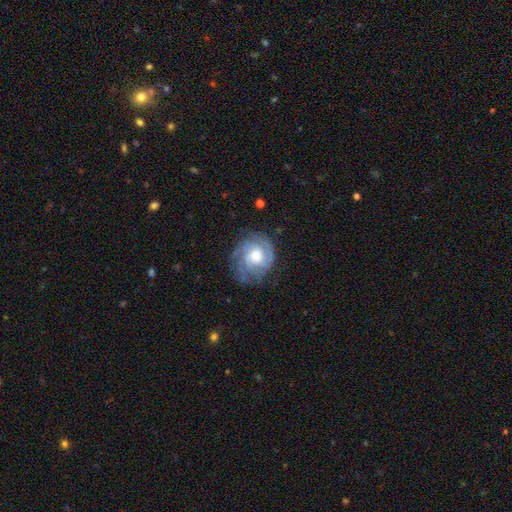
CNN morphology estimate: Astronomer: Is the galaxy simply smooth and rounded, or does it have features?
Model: featured or disk — 81%.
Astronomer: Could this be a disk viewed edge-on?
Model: no — 98%.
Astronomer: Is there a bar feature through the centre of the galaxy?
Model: no — 68%.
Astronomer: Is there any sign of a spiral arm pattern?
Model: yes — 95%.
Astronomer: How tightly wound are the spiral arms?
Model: tight — 60%.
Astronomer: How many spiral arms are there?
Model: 3 — 32% (runner-up: can't tell, 27%).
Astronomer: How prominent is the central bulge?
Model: moderate — 64%.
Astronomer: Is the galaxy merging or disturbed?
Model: none — 71%.